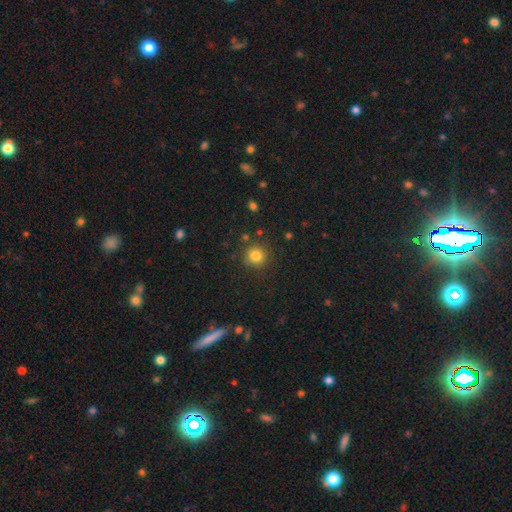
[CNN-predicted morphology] A smooth galaxy with no disk features (81%) that is round (93%).

Vote fractions:
- Smooth or featured? smooth: 81% / star or artifact: 13% / featured or disk: 6%
- How rounded? round: 93% / in between: 7% / cigar-shaped: 1%
- Merging? none: 87% / minor disturbance: 8% / major disturbance: 3% / merger: 3%